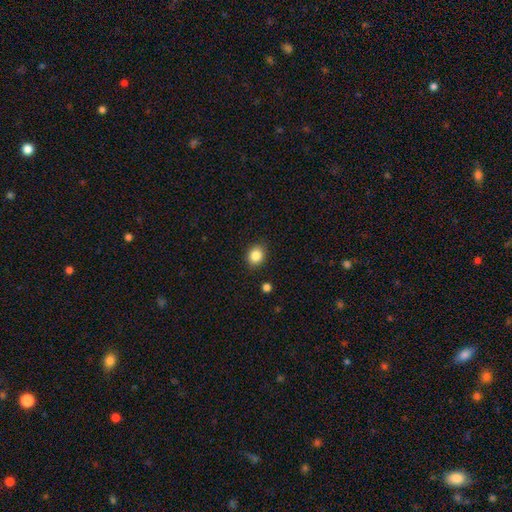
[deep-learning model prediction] The model was most divided on "how rounded": round: 61%, in between: 38%, cigar-shaped: 1%. More confident: merging — none (87%); smooth or featured — smooth (85%).